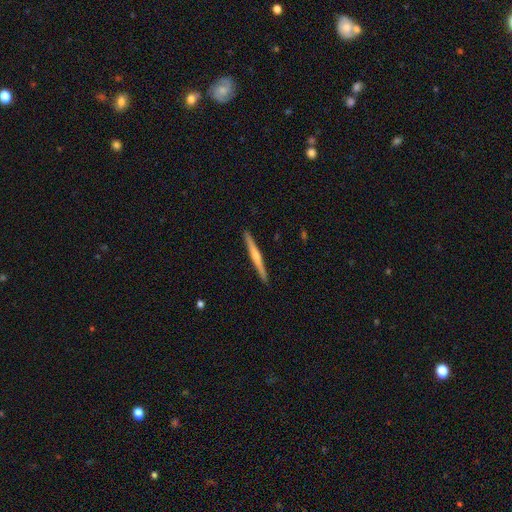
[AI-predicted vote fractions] The model was most divided on "smooth or featured": featured or disk: 63%, smooth: 31%, star or artifact: 5%. More confident: edge-on disk — yes (98%); merging — none (92%); edge-on bulge — rounded (69%).